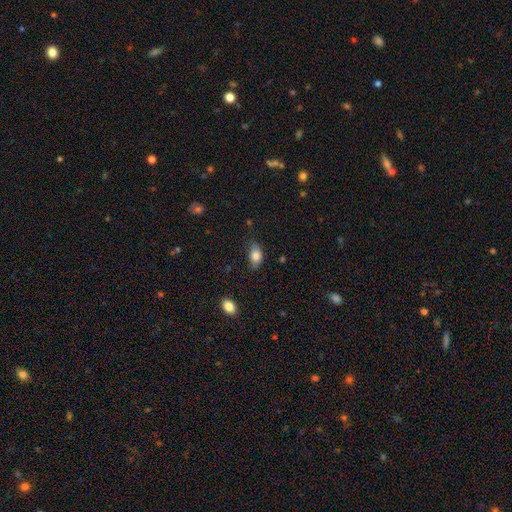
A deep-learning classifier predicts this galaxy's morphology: Overall: smooth (83%). How rounded: in between (88%). Merging: none (69%).